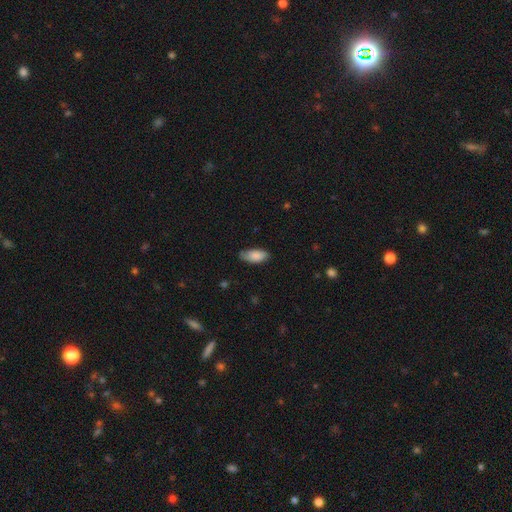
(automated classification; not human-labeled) Smooth or featured? smooth (84%)
How rounded? in between (89%)
Merging? none (75%)